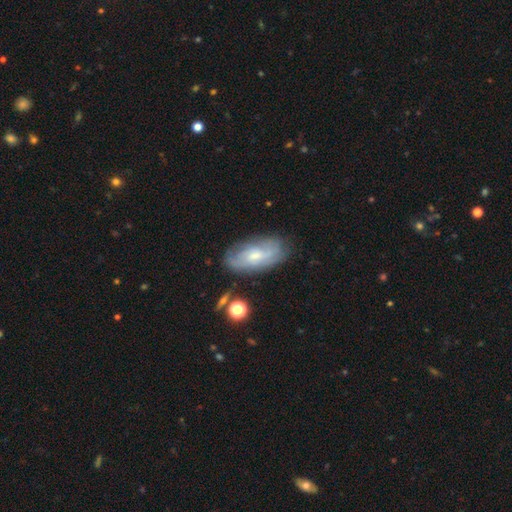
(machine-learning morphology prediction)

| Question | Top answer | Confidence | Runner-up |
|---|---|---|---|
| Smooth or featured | featured or disk | 58% | smooth (34%) |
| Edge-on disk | no | 90% | yes (10%) |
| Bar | no | 55% | weak (38%) |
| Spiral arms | yes | 78% | no (22%) |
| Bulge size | small | 57% | moderate (35%) |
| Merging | none | 70% | minor disturbance (21%) |